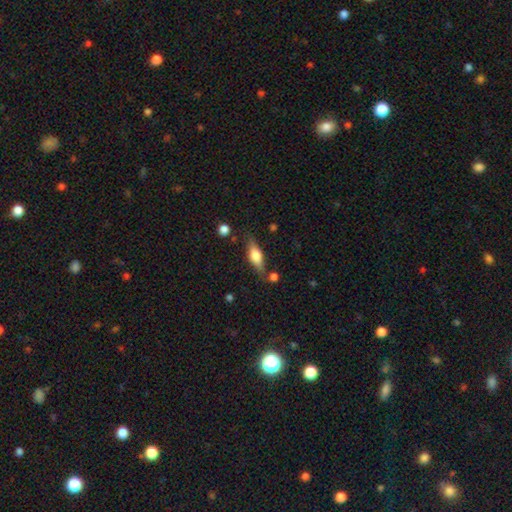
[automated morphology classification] Smooth or featured: smooth — 57% (featured or disk — 36%)
How rounded: in between — 58% (cigar-shaped — 38%)
Merging: none — 74% (minor disturbance — 16%)